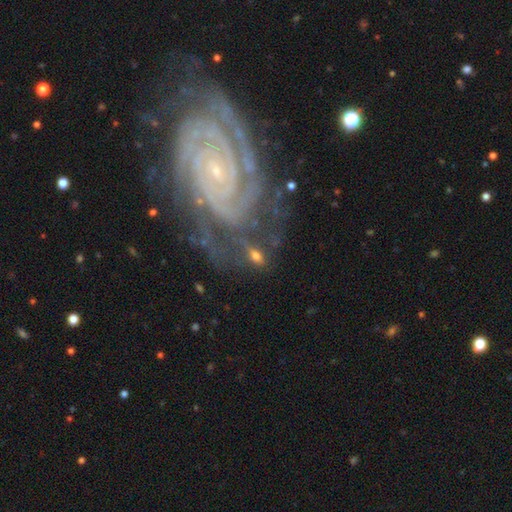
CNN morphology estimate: type=featured or disk (49%); merging=none (52%).